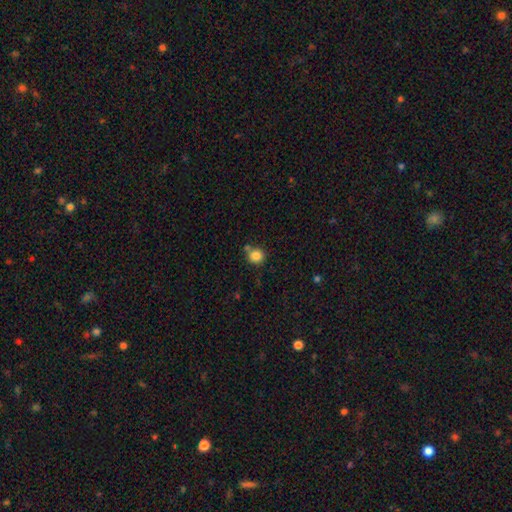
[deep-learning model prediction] Morphology: type=smooth (85%); roundness=round (91%); merging=none (74%).